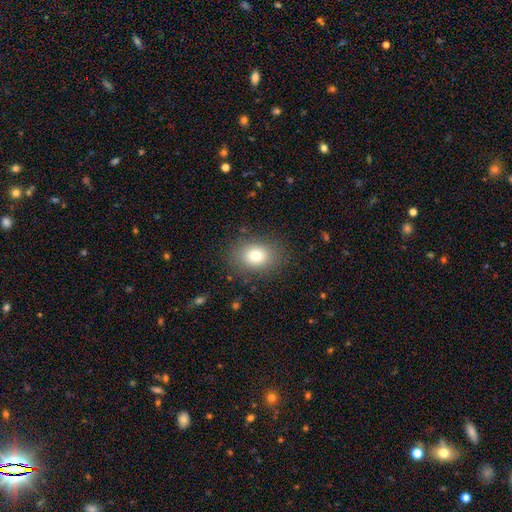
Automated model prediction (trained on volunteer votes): Smooth or featured? smooth (79%)
How rounded? in between (58%)
Merging? none (85%)